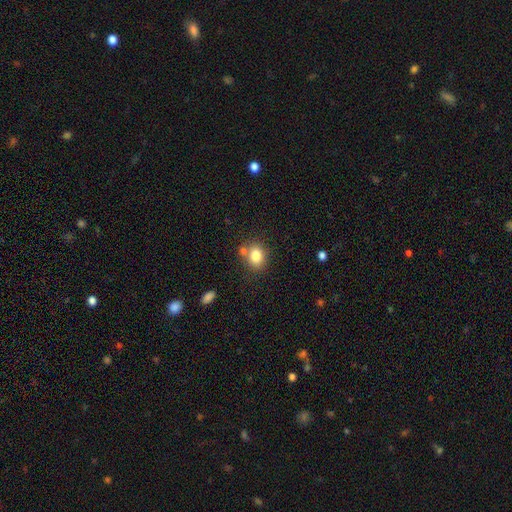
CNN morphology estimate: A smooth galaxy with no disk features (81%) that is round (51%). Merging: none (64%).